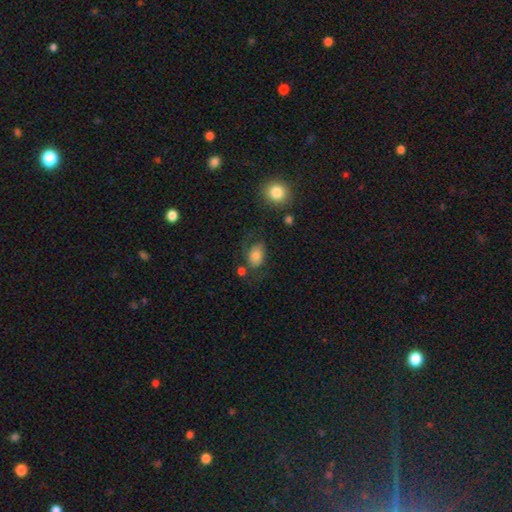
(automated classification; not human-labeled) Q: Smooth or featured?
A: smooth (69%); runner-up: featured or disk (22%)
Q: How rounded?
A: in between (79%); runner-up: round (20%)
Q: Merging?
A: none (45%); runner-up: minor disturbance (23%)